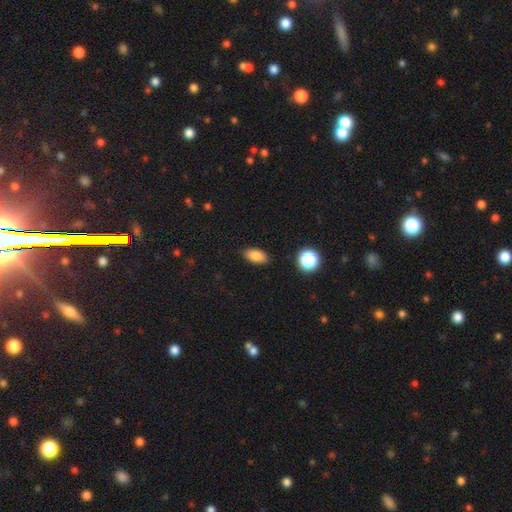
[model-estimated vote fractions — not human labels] Overall: smooth (84%). How rounded: in between (89%). Merging: none (86%).